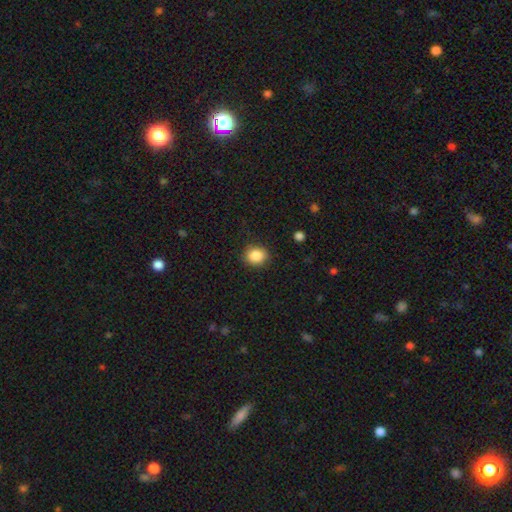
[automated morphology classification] smooth-or-featured: smooth: 87% | star or artifact: 9% | featured or disk: 4%
  how-rounded: round: 66% | in between: 33% | cigar-shaped: 1%
  merging: none: 87% | minor disturbance: 10% | major disturbance: 3% | merger: 1%